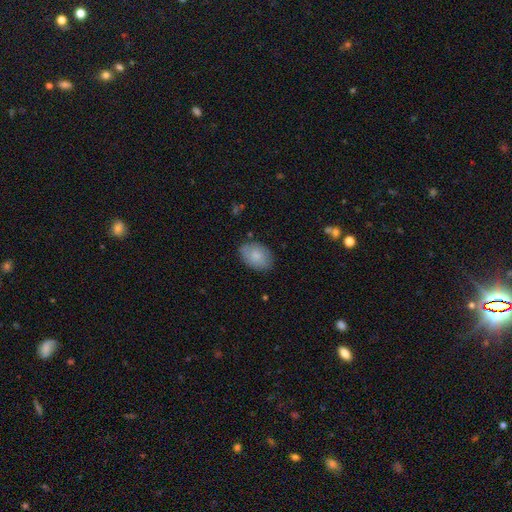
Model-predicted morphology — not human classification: type=smooth (82%); roundness=in between (82%); merging=none (81%).